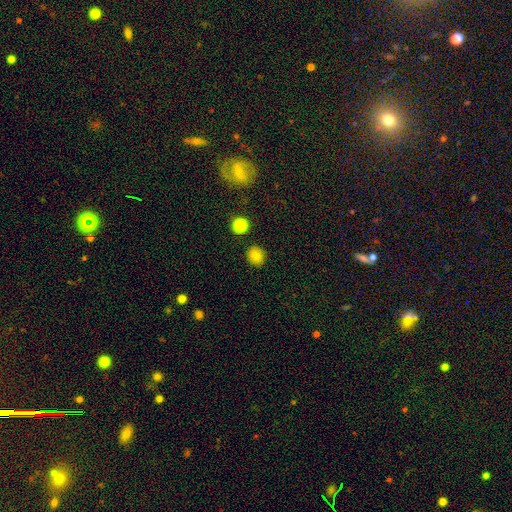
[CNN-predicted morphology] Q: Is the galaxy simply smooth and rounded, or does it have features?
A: smooth — 84%.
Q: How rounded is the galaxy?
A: round — 79%.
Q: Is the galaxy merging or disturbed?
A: none — 89%.